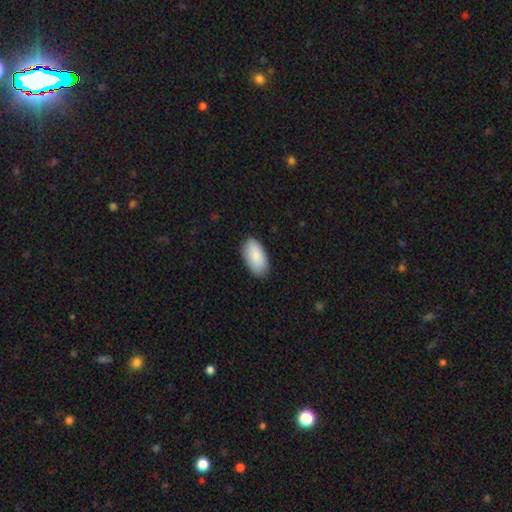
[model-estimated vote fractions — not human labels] This is clearly a smooth galaxy (90%). How rounded: clearly in between (96%). Merging: clearly none (86%).